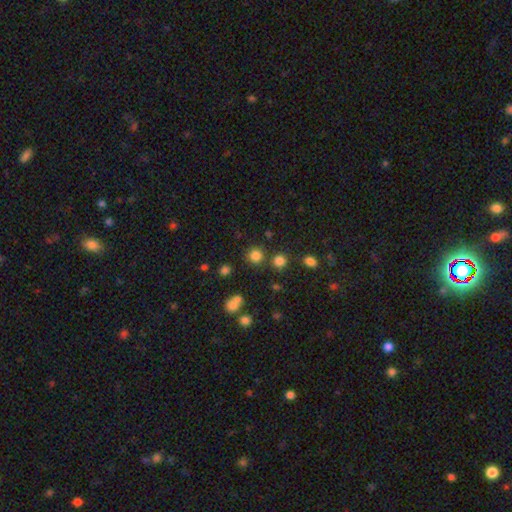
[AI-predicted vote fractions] Morphology: type=smooth (80%); roundness=round (91%); merging=none (82%).